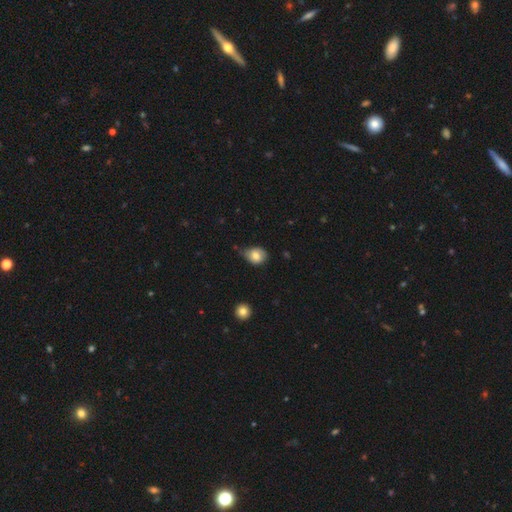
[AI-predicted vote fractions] Smooth or featured?
  - smooth: 76% *
  - featured or disk: 16%
  - star or artifact: 8%
How rounded?
  - in between: 55% *
  - round: 44%
  - cigar-shaped: 1%
Merging?
  - none: 44% *
  - minor disturbance: 43%
  - major disturbance: 10%
  - merger: 3%